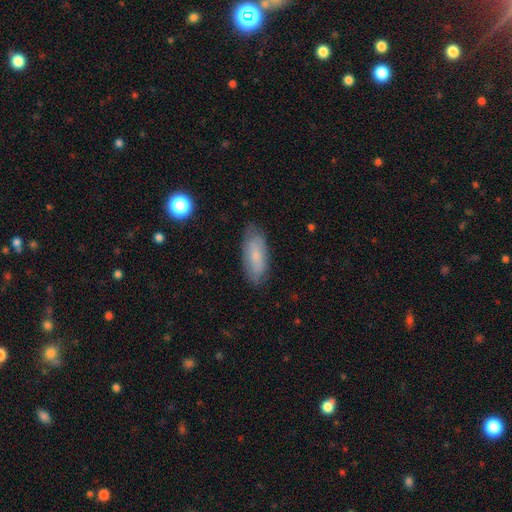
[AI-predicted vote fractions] A smooth galaxy with no disk features (65%) that is in between round and cigar-shaped (76%).

Vote fractions:
- Smooth or featured? smooth: 65% / featured or disk: 27% / star or artifact: 7%
- How rounded? in between: 76% / cigar-shaped: 22% / round: 2%
- Merging? none: 79% / minor disturbance: 16% / major disturbance: 4% / merger: 1%